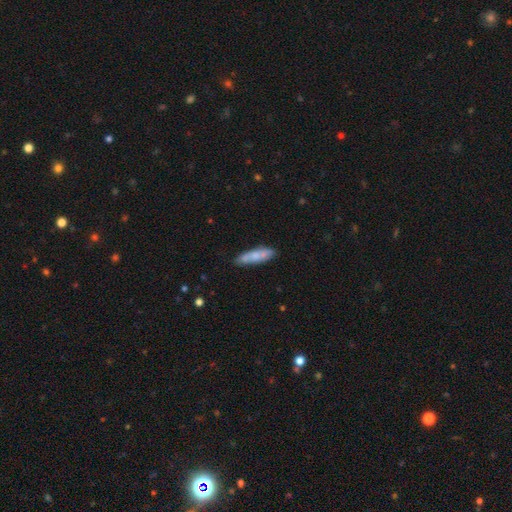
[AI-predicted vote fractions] Smooth or featured?
  - smooth: 65% *
  - featured or disk: 29%
  - star or artifact: 6%
How rounded?
  - cigar-shaped: 63% *
  - in between: 35%
  - round: 2%
Merging?
  - none: 74% *
  - minor disturbance: 18%
  - merger: 5%
  - major disturbance: 3%